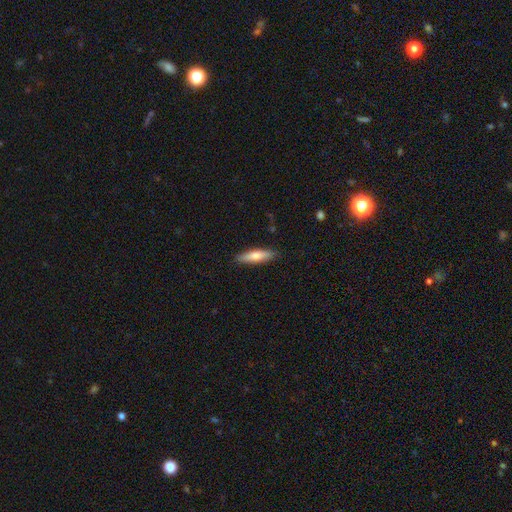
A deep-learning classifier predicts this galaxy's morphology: Smooth or featured: smooth — 67% (featured or disk — 27%)
How rounded: cigar-shaped — 74% (in between — 25%)
Merging: none — 89% (minor disturbance — 8%)